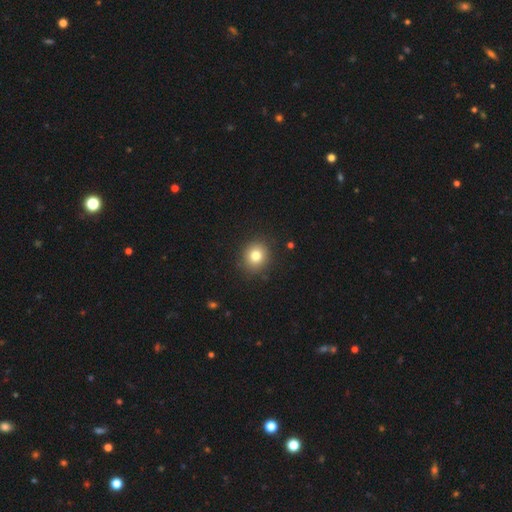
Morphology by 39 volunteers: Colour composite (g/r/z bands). It shows a smooth galaxy with no disk features (82%) that is round (75%). Merging: none (80%).